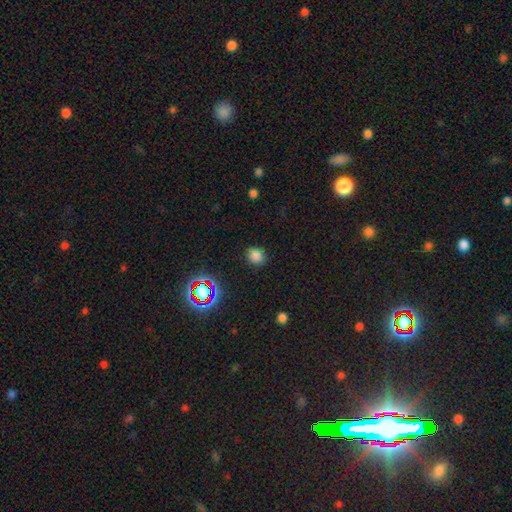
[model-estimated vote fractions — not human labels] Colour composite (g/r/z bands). It shows a smooth galaxy with no disk features (78%) that is round (66%). Merging: none (86%).